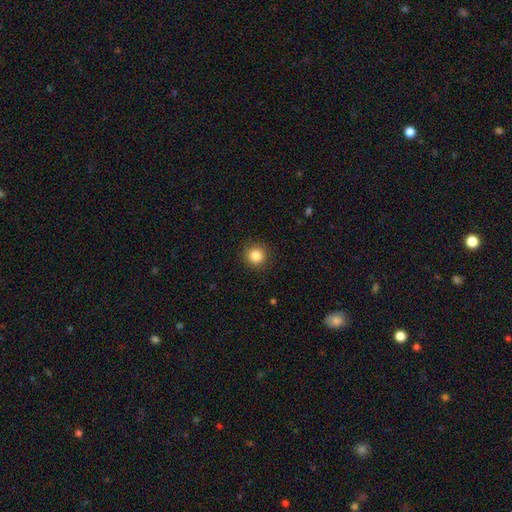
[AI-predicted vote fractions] A smooth galaxy with no disk features (85%) that is round (94%). Merging: none (90%).